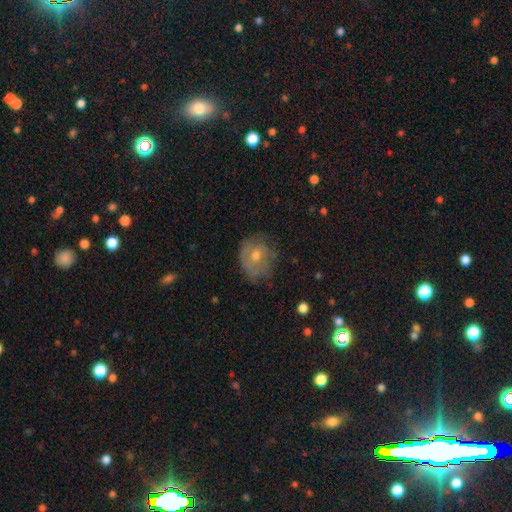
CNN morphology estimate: smooth-or-featured: featured or disk: 49% | smooth: 39% | star or artifact: 12%
  merging: none: 61% | minor disturbance: 26% | major disturbance: 12% | merger: 2%